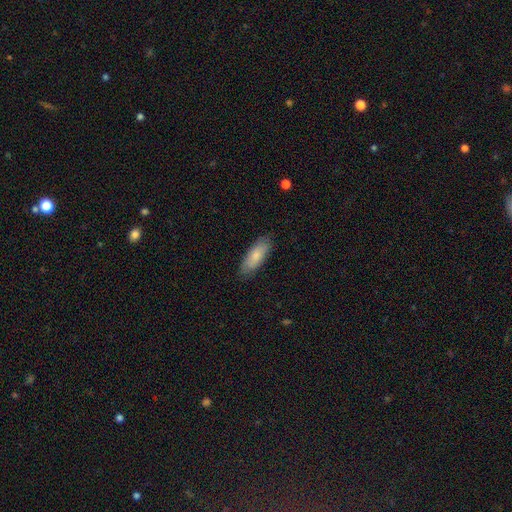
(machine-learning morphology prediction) Overall: smooth (80%). How rounded: in between (70%). Merging: none (82%).